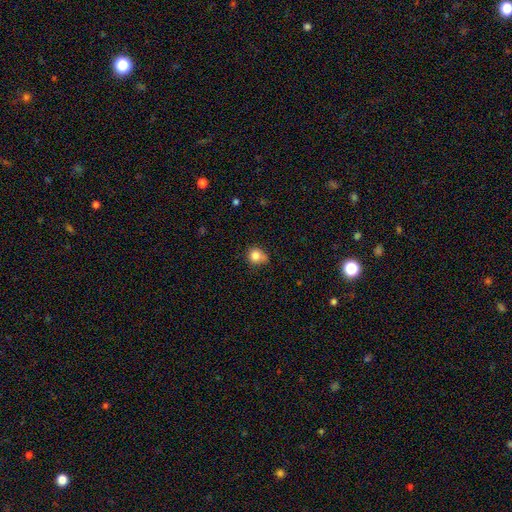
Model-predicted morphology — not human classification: smooth 82%, star or artifact 11%, featured or disk 7%. Down the decision tree: how rounded — round (83%); merging — none (57%).